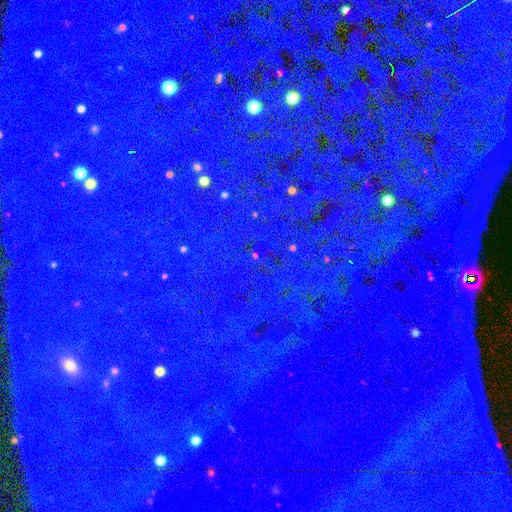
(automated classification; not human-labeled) A star or artifact, not a galaxy (81%).

Vote fractions:
- Smooth or featured? star or artifact: 81% / smooth: 11% / featured or disk: 8%